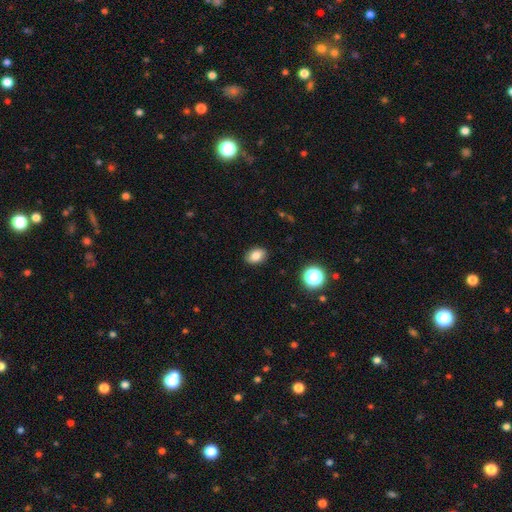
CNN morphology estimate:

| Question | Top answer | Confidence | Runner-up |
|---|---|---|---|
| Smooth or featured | smooth | 83% | star or artifact (10%) |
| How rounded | in between | 79% | round (20%) |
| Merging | none | 88% | minor disturbance (9%) |